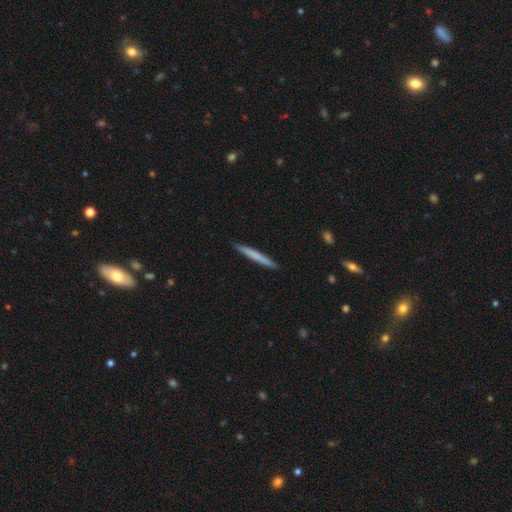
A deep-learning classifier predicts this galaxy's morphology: type=smooth (67%); roundness=cigar-shaped (97%); merging=none (92%).